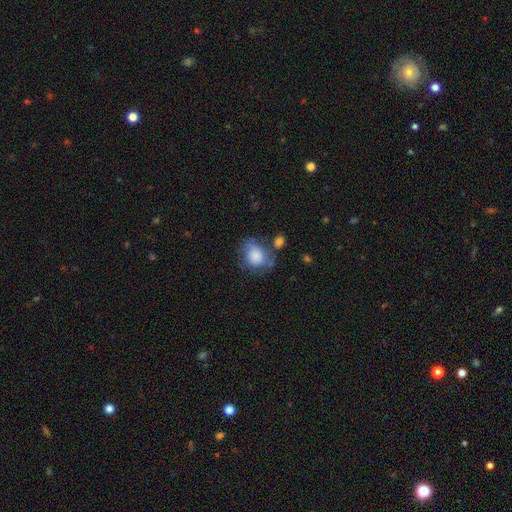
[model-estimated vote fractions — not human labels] Smooth or featured? smooth (77%)
How rounded? round (60%)
Merging? none (49%)